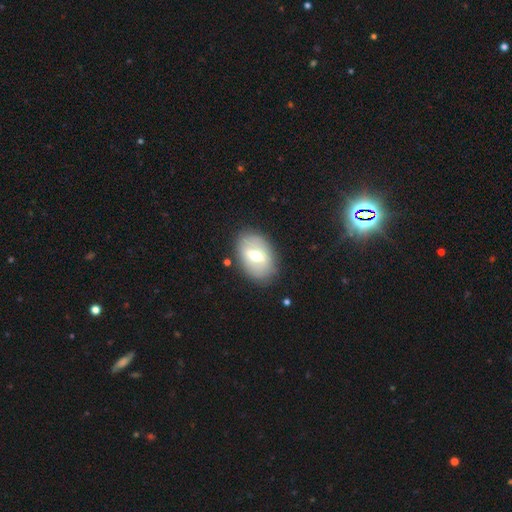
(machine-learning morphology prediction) smooth-or-featured: featured or disk: 48% | smooth: 44% | star or artifact: 8%
  merging: none: 83% | minor disturbance: 11% | major disturbance: 4% | merger: 2%